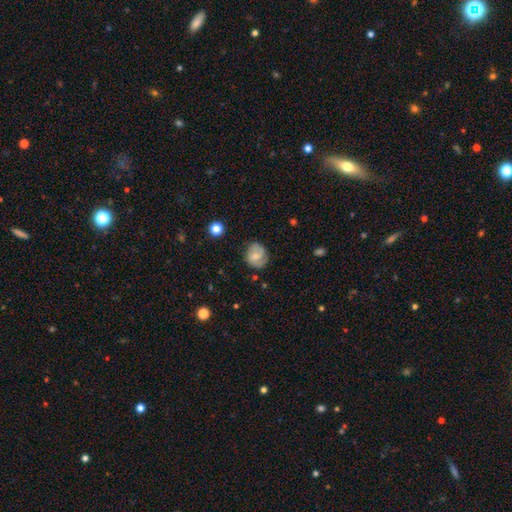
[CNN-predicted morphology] This appears to be a featured or disk galaxy (48%). Merging: none (71%).